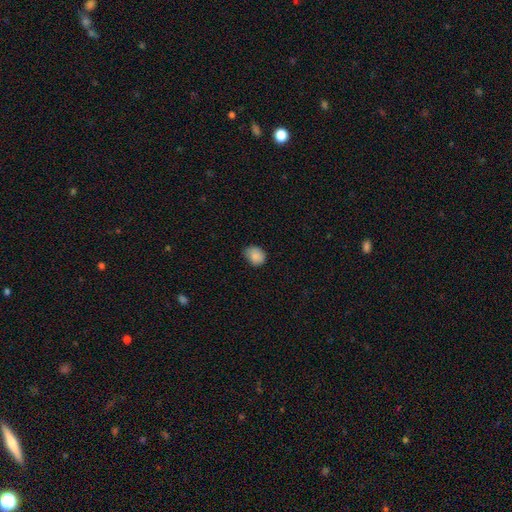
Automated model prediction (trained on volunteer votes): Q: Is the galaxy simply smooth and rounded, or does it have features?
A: smooth — 87%.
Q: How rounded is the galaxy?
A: in between — 51%.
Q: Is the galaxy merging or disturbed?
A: none — 63%.